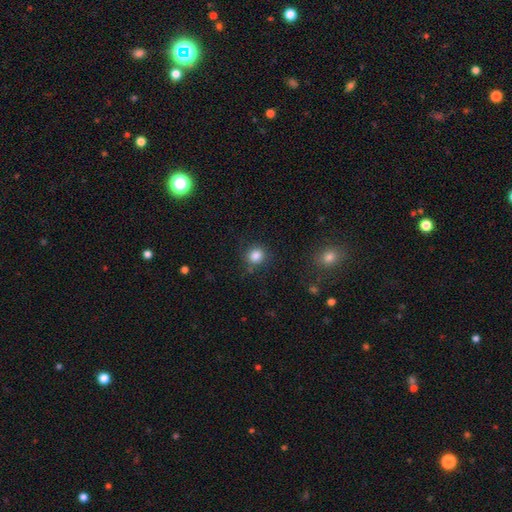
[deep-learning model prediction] Smooth or featured? smooth (84%)
How rounded? round (86%)
Merging? none (82%)